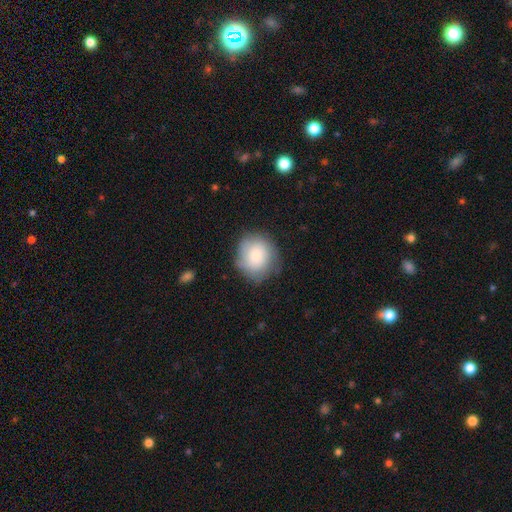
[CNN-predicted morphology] This is likely a smooth galaxy (78%). How rounded: clearly round (80%). Merging: likely none (70%).